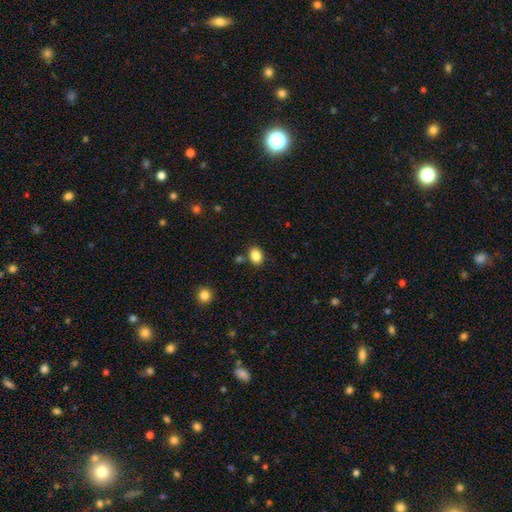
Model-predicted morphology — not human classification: smooth_or_featured: smooth (p=0.86) [alt: star or artifact p=0.09]
how_rounded: in between (p=0.72) [alt: round p=0.27]
merging: none (p=0.81) [alt: minor disturbance p=0.11]